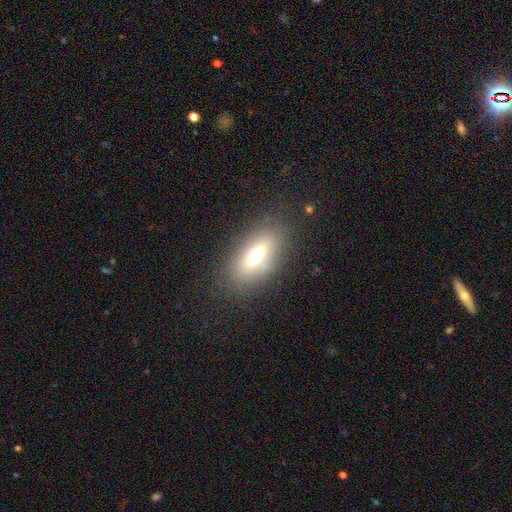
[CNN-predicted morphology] Smooth or featured?
  - smooth: 60% *
  - featured or disk: 28%
  - star or artifact: 12%
How rounded?
  - in between: 80% *
  - cigar-shaped: 13%
  - round: 7%
Merging?
  - none: 83% *
  - minor disturbance: 10%
  - major disturbance: 5%
  - merger: 2%